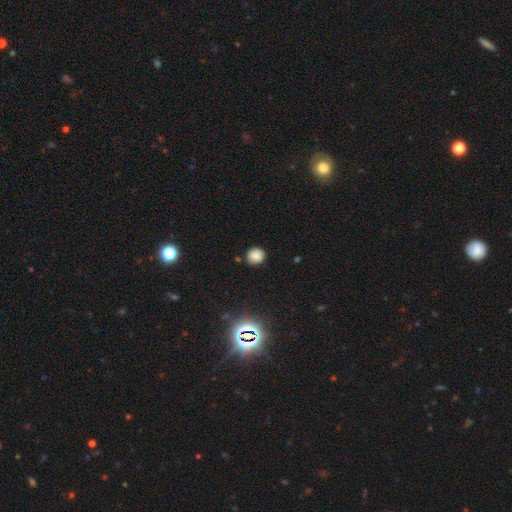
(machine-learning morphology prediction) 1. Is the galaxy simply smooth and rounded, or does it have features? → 80% smooth, 12% star or artifact, 7% featured or disk.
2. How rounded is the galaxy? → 83% round, 16% in between, 1% cigar-shaped.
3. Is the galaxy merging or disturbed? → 83% none, 12% minor disturbance, 2% major disturbance, 2% merger.